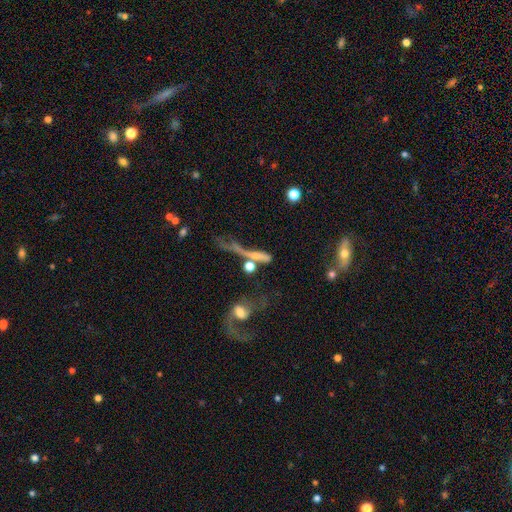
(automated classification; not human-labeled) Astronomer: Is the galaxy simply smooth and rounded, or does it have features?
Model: featured or disk — 50% (runner-up: smooth, 38%).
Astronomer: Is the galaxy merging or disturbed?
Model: merger — 33% (runner-up: major disturbance, 29%).